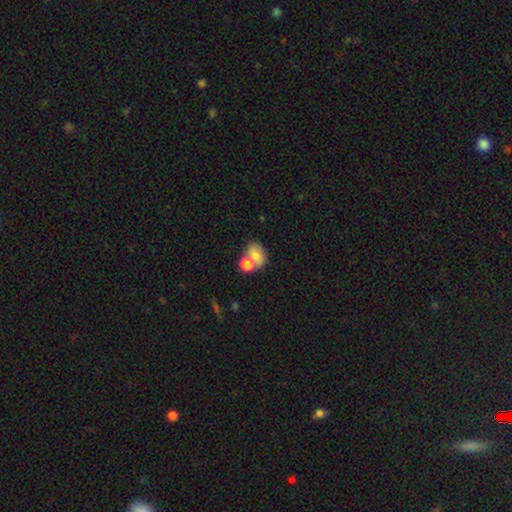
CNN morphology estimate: Smooth or featured: smooth — 74% (featured or disk — 16%)
How rounded: in between — 57% (round — 41%)
Merging: merger — 46% (none — 38%)